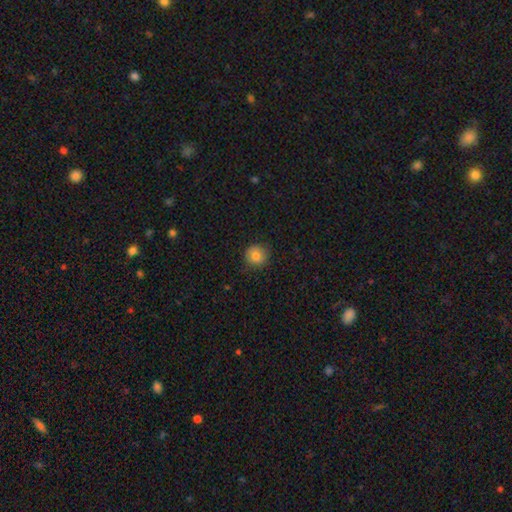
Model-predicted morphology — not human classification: Smooth or featured?
  - smooth: 82% *
  - star or artifact: 9%
  - featured or disk: 9%
How rounded?
  - round: 91% *
  - in between: 8%
  - cigar-shaped: 1%
Merging?
  - none: 85% *
  - minor disturbance: 12%
  - major disturbance: 2%
  - merger: 1%